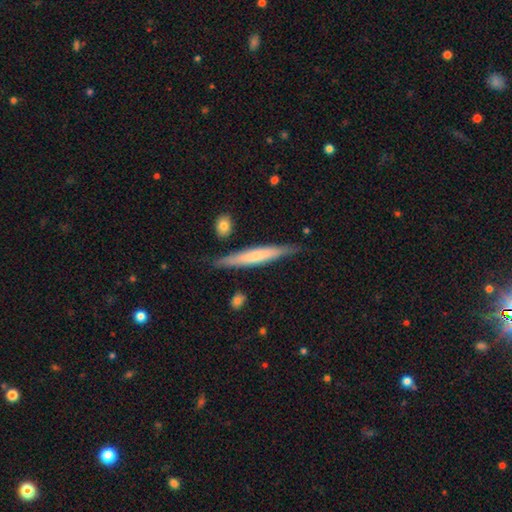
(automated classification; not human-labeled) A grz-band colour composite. It shows a smooth galaxy with no disk features (51%) that is cigar-shaped (93%). Merging: none (83%).